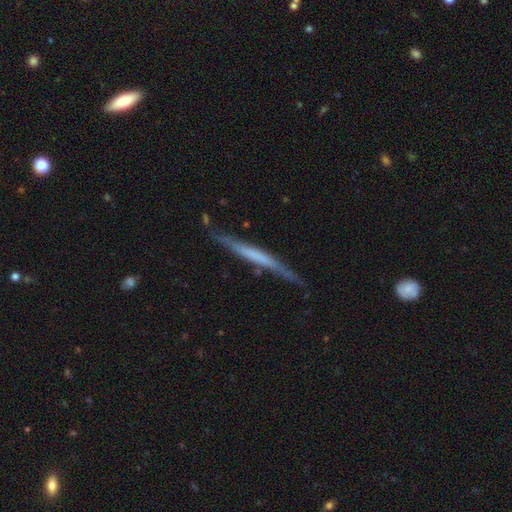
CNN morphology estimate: type=featured or disk (58%); edge-on=yes (93%); edge-on bulge=none (73%); merging=none (74%).